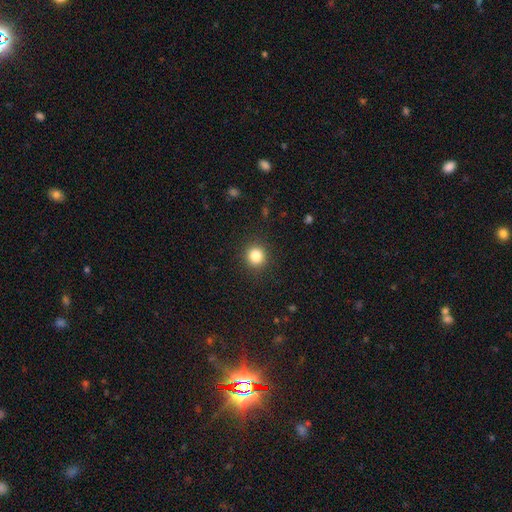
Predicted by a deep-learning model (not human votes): A smooth galaxy with no disk features (84%) that is round (90%).

Vote fractions:
- Smooth or featured? smooth: 84% / star or artifact: 11% / featured or disk: 5%
- How rounded? round: 90% / in between: 9% / cigar-shaped: 1%
- Merging? none: 90% / minor disturbance: 6% / major disturbance: 2% / merger: 1%